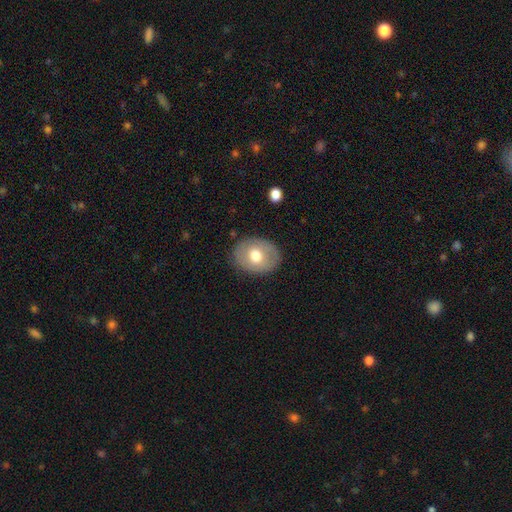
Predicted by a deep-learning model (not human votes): Smooth or featured?
  - smooth: 66% *
  - featured or disk: 28%
  - star or artifact: 7%
How rounded?
  - in between: 61% *
  - round: 38%
  - cigar-shaped: 1%
Merging?
  - none: 84% *
  - minor disturbance: 11%
  - major disturbance: 3%
  - merger: 1%